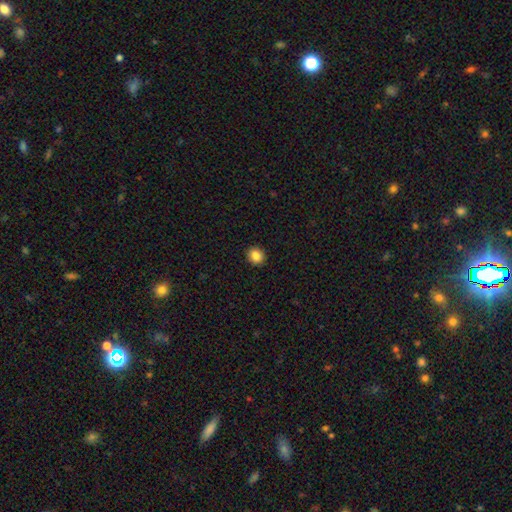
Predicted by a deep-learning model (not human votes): Q: Smooth or featured?
A: smooth (86%); runner-up: star or artifact (10%)
Q: How rounded?
A: round (82%); runner-up: in between (17%)
Q: Merging?
A: none (92%); runner-up: minor disturbance (5%)